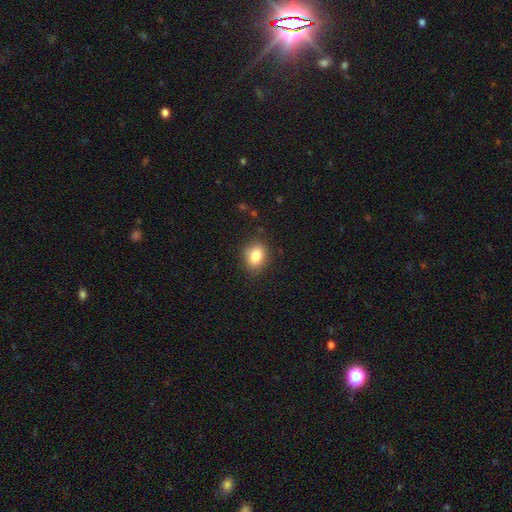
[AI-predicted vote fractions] smooth_or_featured: smooth (p=0.84) [alt: star or artifact p=0.09]
how_rounded: in between (p=0.57) [alt: round p=0.41]
merging: none (p=0.82) [alt: minor disturbance p=0.14]